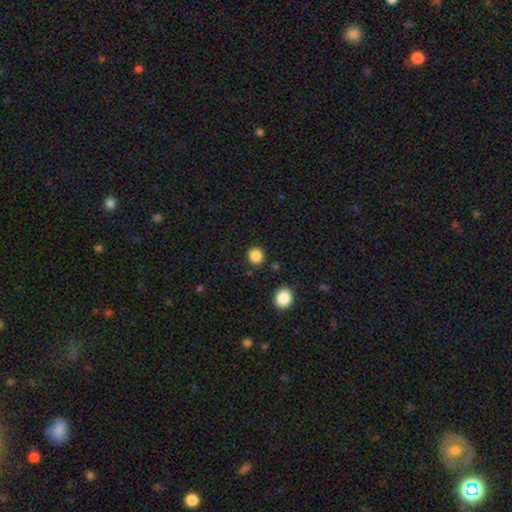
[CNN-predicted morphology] smooth 87%, star or artifact 10%, featured or disk 3%. Down the decision tree: how rounded — round (88%); merging — none (88%).